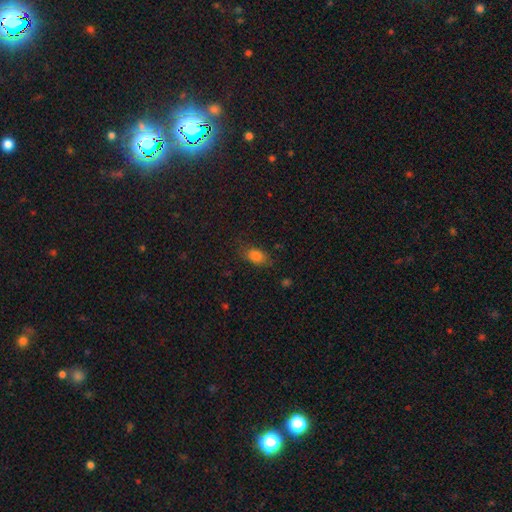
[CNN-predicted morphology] This appears to be a smooth galaxy with no disk features (81%) that is in between round and cigar-shaped (83%). Merging: none (74%).